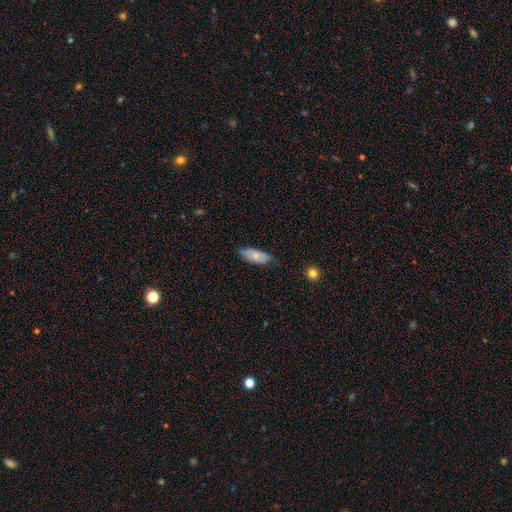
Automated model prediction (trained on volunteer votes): Smooth or featured? Predicted: smooth (p=0.77). How rounded? Predicted: in between (p=0.81). Merging? Predicted: none (p=0.72).